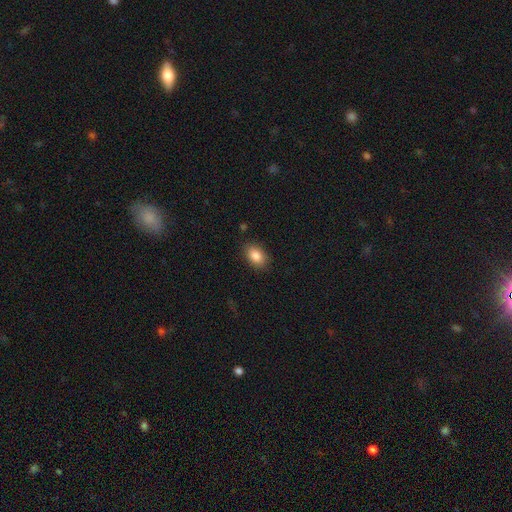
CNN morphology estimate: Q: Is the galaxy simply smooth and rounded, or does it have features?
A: smooth — 86%.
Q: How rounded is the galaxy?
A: in between — 86%.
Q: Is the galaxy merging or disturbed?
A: none — 87%.